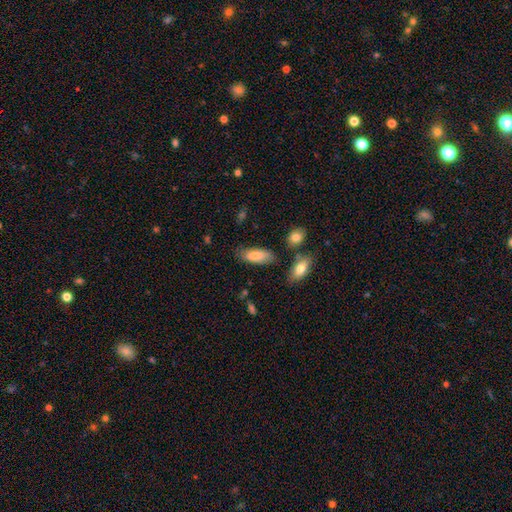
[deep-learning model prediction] Q: Smooth or featured?
A: smooth (80%); runner-up: featured or disk (13%)
Q: How rounded?
A: in between (79%); runner-up: cigar-shaped (19%)
Q: Merging?
A: none (72%); runner-up: minor disturbance (19%)